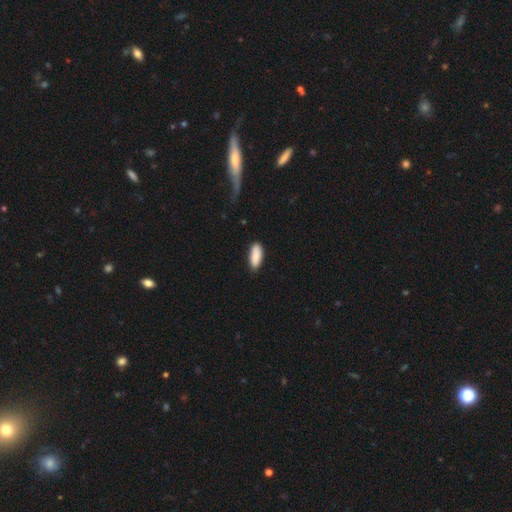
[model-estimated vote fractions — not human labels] smooth_or_featured: smooth (p=0.88) [alt: star or artifact p=0.06]
how_rounded: in between (p=0.79) [alt: cigar-shaped p=0.20]
merging: none (p=0.81) [alt: minor disturbance p=0.15]